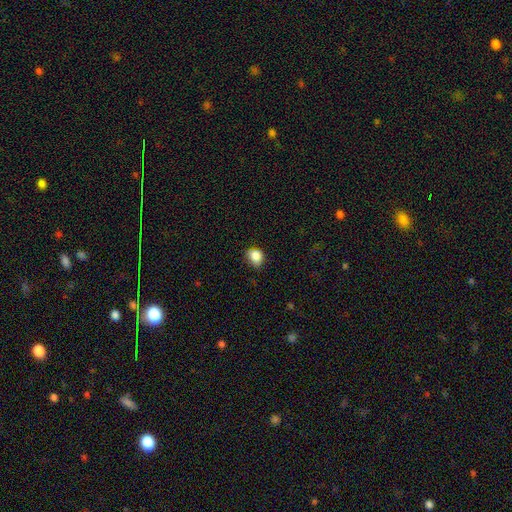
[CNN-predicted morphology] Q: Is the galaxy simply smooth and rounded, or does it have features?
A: smooth — 85%.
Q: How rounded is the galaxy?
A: round — 56%.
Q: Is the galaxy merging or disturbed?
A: none — 64%.